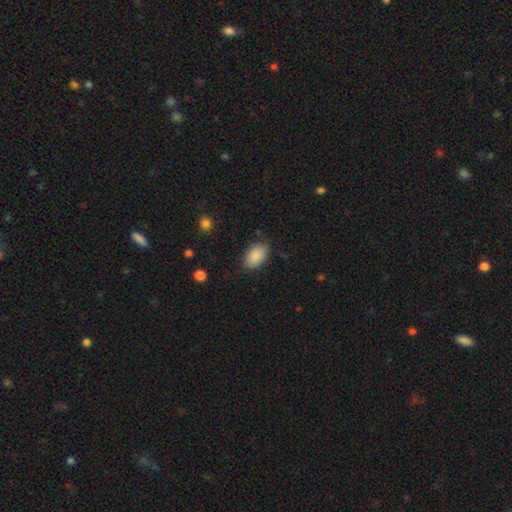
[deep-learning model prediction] A smooth galaxy with no disk features (89%) that is in between round and cigar-shaped (91%).

Vote fractions:
- Smooth or featured? smooth: 89% / star or artifact: 7% / featured or disk: 4%
- How rounded? in between: 91% / round: 7% / cigar-shaped: 1%
- Merging? none: 83% / minor disturbance: 13% / major disturbance: 3% / merger: 1%